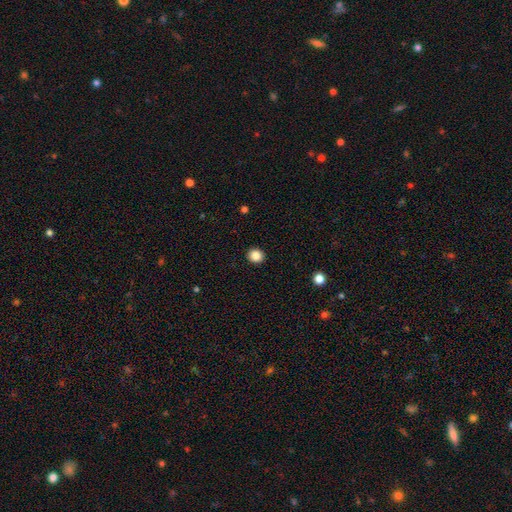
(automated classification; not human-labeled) Q: Smooth or featured?
A: smooth (86%); runner-up: star or artifact (10%)
Q: How rounded?
A: round (83%); runner-up: in between (16%)
Q: Merging?
A: none (92%); runner-up: minor disturbance (5%)